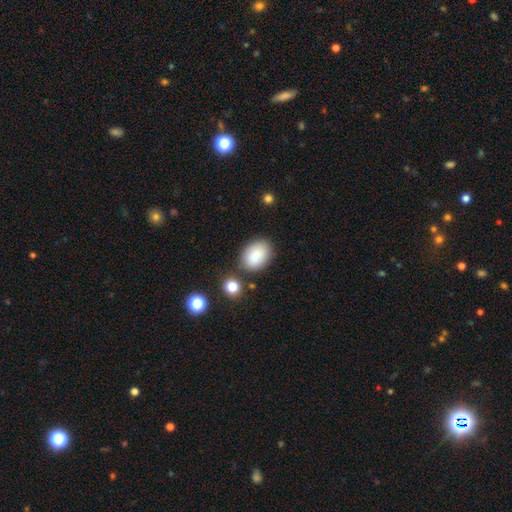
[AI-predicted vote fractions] This appears to be a smooth galaxy with no disk features (87%) that is in between round and cigar-shaped (83%). Merging: none (77%).